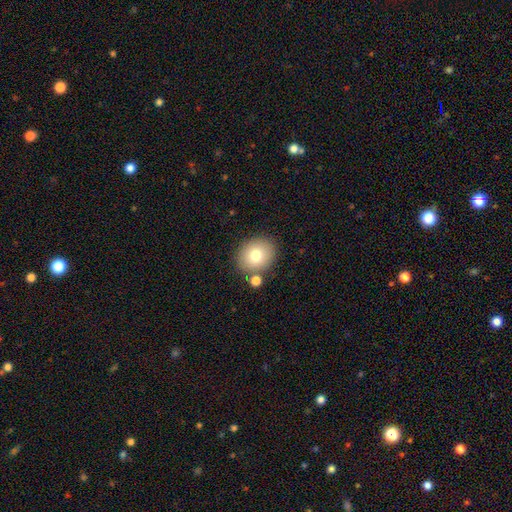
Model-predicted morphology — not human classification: smooth 77%, featured or disk 13%, star or artifact 10%. Down the decision tree: how rounded — round (68%); merging — none (77%).